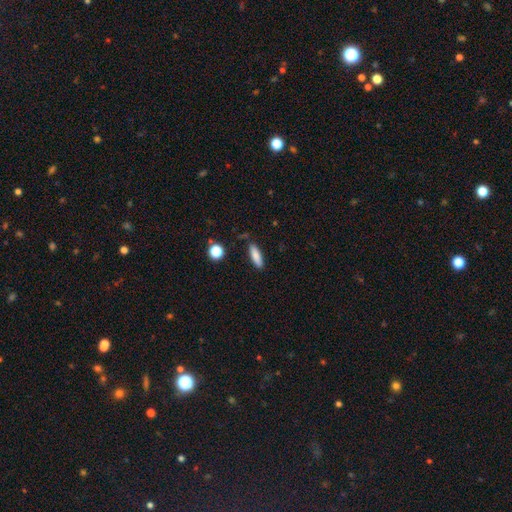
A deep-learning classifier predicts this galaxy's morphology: Q: Smooth or featured?
A: smooth (83%); runner-up: featured or disk (10%)
Q: How rounded?
A: cigar-shaped (56%); runner-up: in between (41%)
Q: Merging?
A: none (80%); runner-up: minor disturbance (13%)